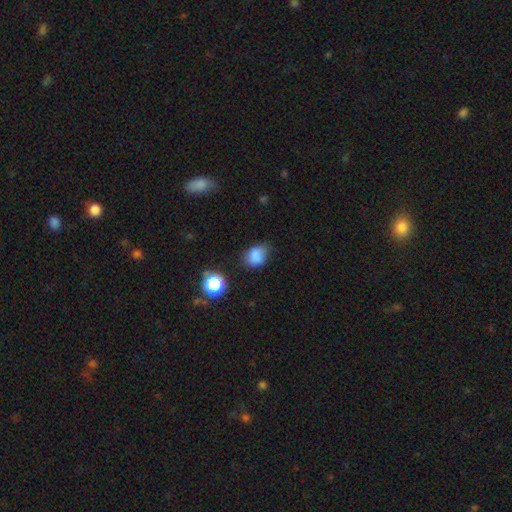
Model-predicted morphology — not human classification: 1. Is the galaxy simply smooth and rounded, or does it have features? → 82% smooth, 12% star or artifact, 6% featured or disk.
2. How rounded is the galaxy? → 58% in between, 41% round, 1% cigar-shaped.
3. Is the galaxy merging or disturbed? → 56% none, 32% minor disturbance, 8% major disturbance, 3% merger.